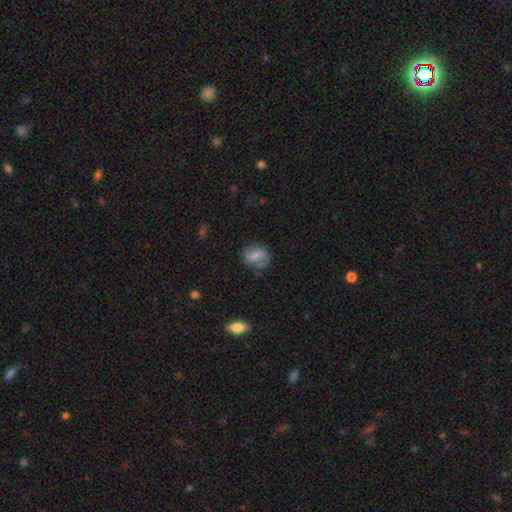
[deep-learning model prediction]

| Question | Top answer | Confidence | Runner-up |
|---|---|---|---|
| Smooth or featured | smooth | 52% | featured or disk (39%) |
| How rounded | in between | 50% | round (48%) |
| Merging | none | 65% | minor disturbance (23%) |